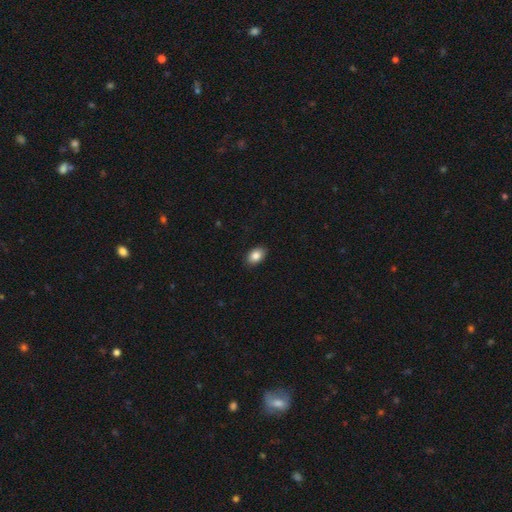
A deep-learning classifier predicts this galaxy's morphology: This appears to be a smooth galaxy with no disk features (86%) that is in between round and cigar-shaped (87%). Merging: none (89%).